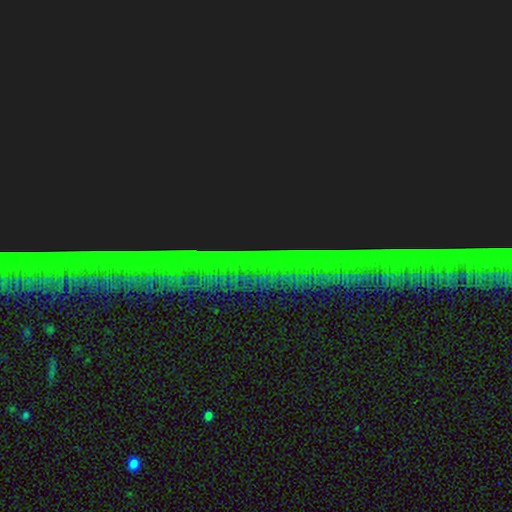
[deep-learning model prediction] star or artifact 88%, featured or disk 6%, smooth 5%.